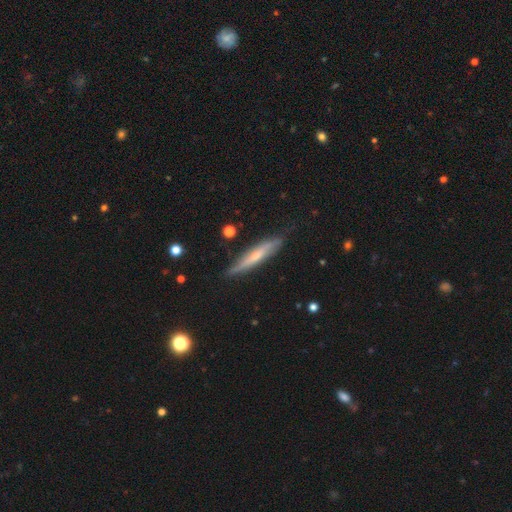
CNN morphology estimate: Smooth or featured: featured or disk — 51% (smooth — 43%)
Edge-on disk: yes — 87% (no — 13%)
Merging: none — 78% (minor disturbance — 17%)